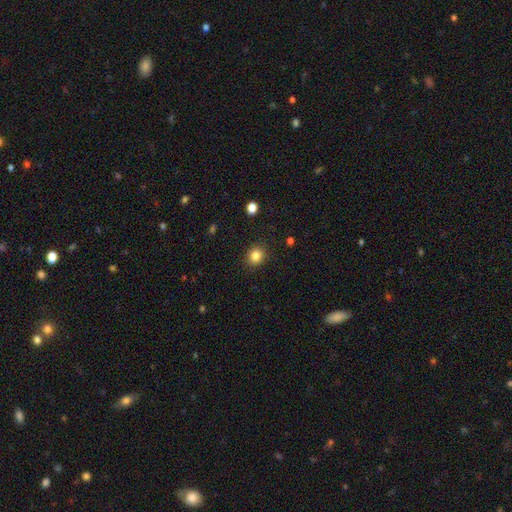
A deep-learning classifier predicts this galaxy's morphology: Overall: smooth (84%). How rounded: round (73%). Merging: none (89%).